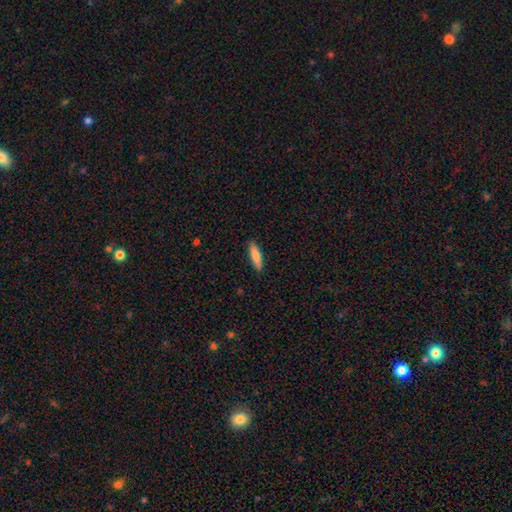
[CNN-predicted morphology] Smooth or featured? Predicted: smooth (p=0.77). How rounded? Predicted: cigar-shaped (p=0.73). Merging? Predicted: none (p=0.90).